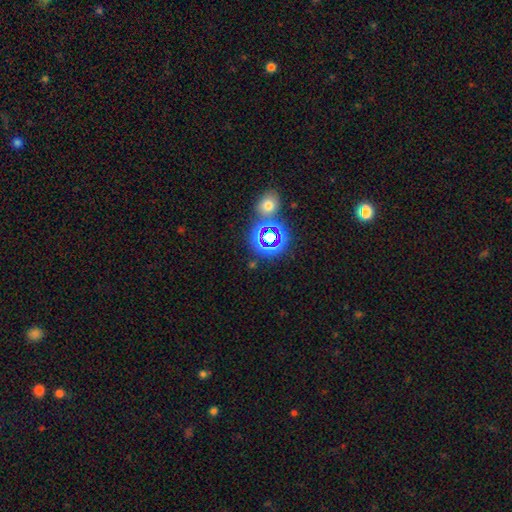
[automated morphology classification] This appears to be a star or artifact, not a galaxy (52%).